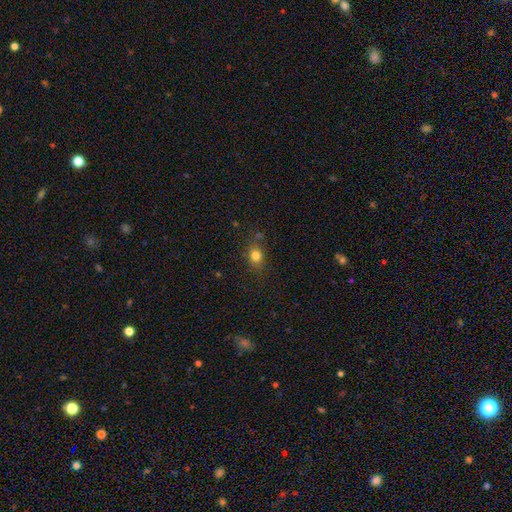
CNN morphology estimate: This appears to be a smooth galaxy with no disk features (79%) that is round (55%). Merging: none (76%).